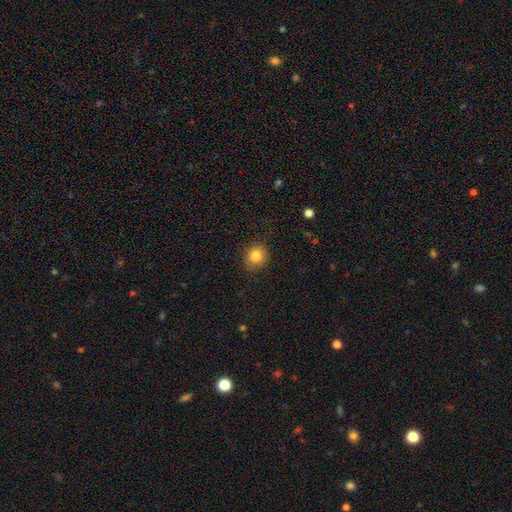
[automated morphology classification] Overall: smooth (83%). How rounded: round (83%). Merging: none (83%).